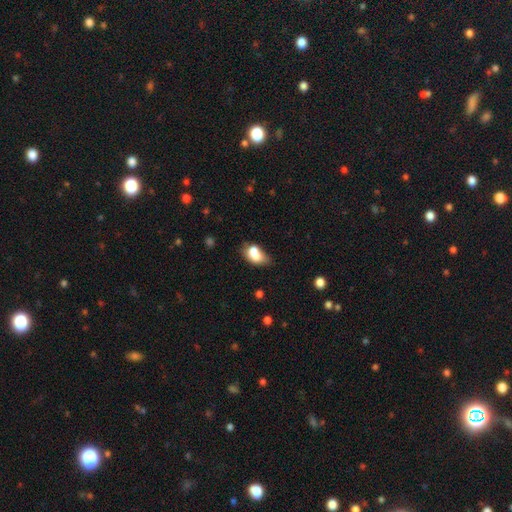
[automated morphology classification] smooth-or-featured: smooth: 72% | featured or disk: 18% | star or artifact: 10%
  how-rounded: in between: 82% | round: 16% | cigar-shaped: 2%
  merging: merger: 39% | none: 27% | minor disturbance: 22% | major disturbance: 12%